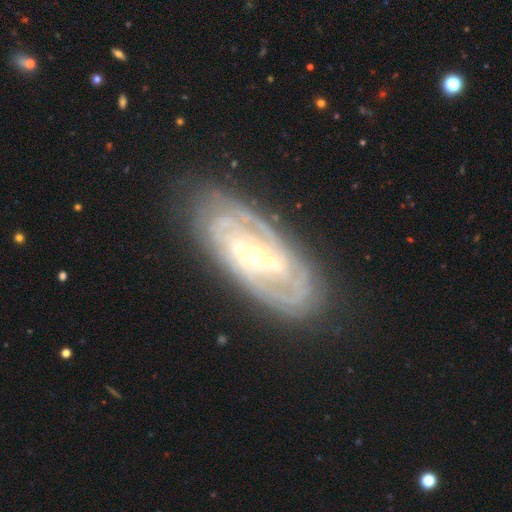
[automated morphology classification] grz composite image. It shows a featured or disk galaxy (86%) with no bar (45%), tight (73%) spiral arms (91%) and a small central bulge (52%). Merging: none (80%).